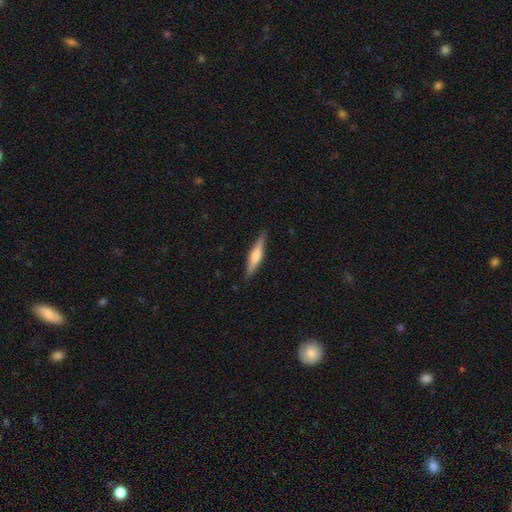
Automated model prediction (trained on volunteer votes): Smooth or featured?
  - featured or disk: 53% *
  - smooth: 42%
  - star or artifact: 6%
Edge-on disk?
  - yes: 96% *
  - no: 4%
Edge-on bulge?
  - rounded: 74% *
  - boxy: 16%
  - none: 10%
Merging?
  - none: 89% *
  - minor disturbance: 8%
  - major disturbance: 2%
  - merger: 1%